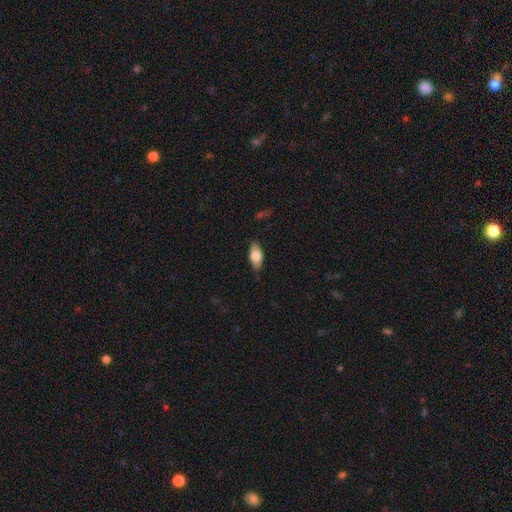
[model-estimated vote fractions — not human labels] smooth 72%, featured or disk 22%, star or artifact 6%. Down the decision tree: how rounded — in between (84%); merging — none (85%).